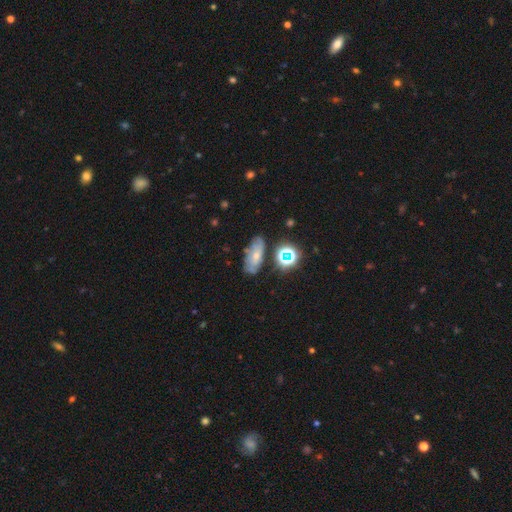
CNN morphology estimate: Q: Smooth or featured?
A: smooth (47%); runner-up: featured or disk (36%)
Q: Merging?
A: none (64%); runner-up: minor disturbance (21%)